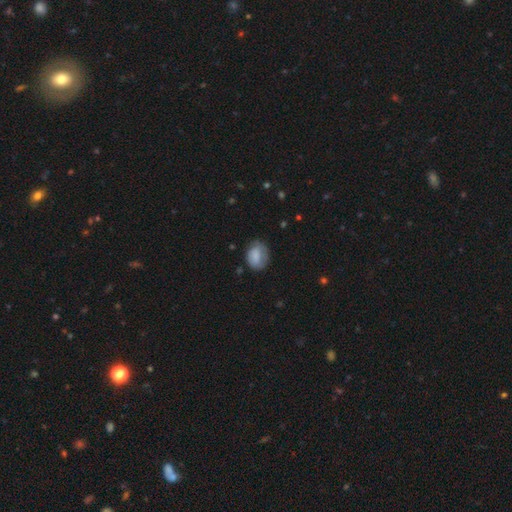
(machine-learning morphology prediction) Smooth or featured? Predicted: smooth (p=0.74). How rounded? Predicted: in between (p=0.63). Merging? Predicted: none (p=0.59).